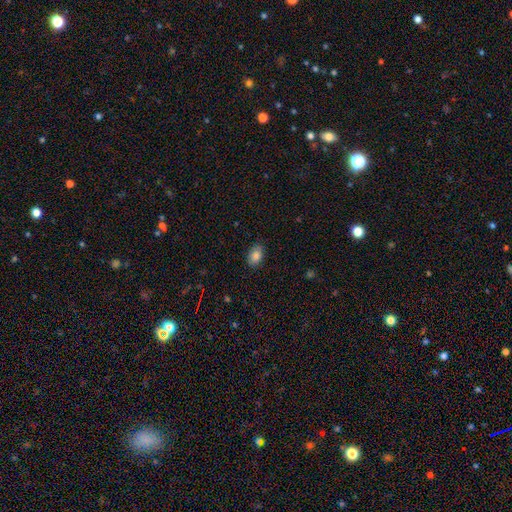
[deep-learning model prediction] Smooth or featured?
  - smooth: 84% *
  - star or artifact: 8%
  - featured or disk: 7%
How rounded?
  - in between: 86% *
  - round: 13%
  - cigar-shaped: 1%
Merging?
  - none: 86% *
  - minor disturbance: 11%
  - major disturbance: 2%
  - merger: 1%